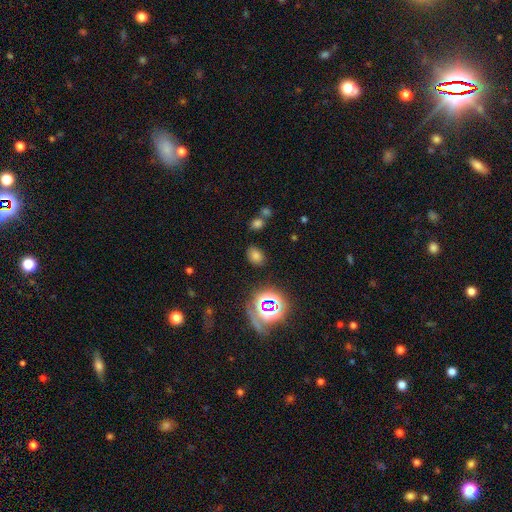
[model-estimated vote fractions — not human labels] Q: Smooth or featured?
A: smooth (62%); runner-up: star or artifact (31%)
Q: How rounded?
A: in between (67%); runner-up: round (32%)
Q: Merging?
A: none (83%); runner-up: minor disturbance (9%)